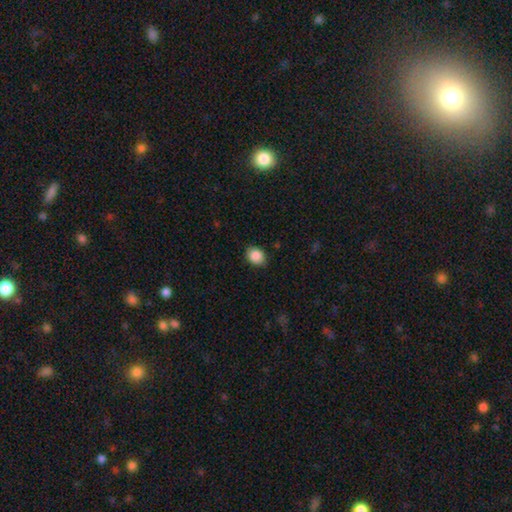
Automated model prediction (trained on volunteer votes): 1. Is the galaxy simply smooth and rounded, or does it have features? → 89% smooth, 8% star or artifact, 4% featured or disk.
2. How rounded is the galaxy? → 57% in between, 42% round, 1% cigar-shaped.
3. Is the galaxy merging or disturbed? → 85% none, 11% minor disturbance, 2% major disturbance, 1% merger.